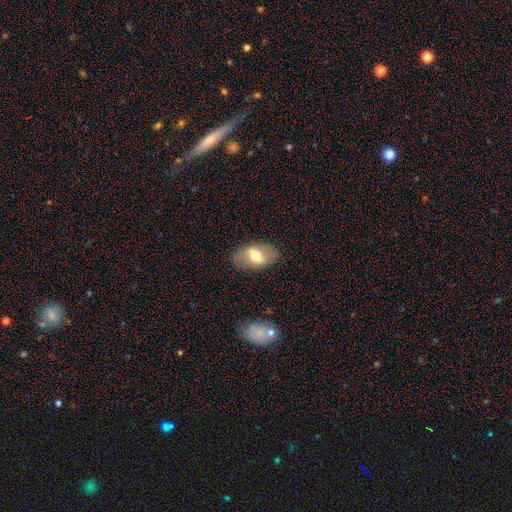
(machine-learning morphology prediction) Overall: smooth (49%; featured or disk 44%). Merging: none (84%).